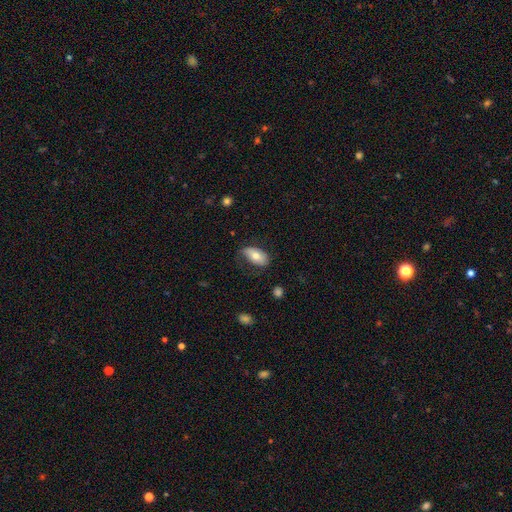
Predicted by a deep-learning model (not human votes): A smooth galaxy with no disk features (71%) that is in between round and cigar-shaped (93%). Merging: none (61%).